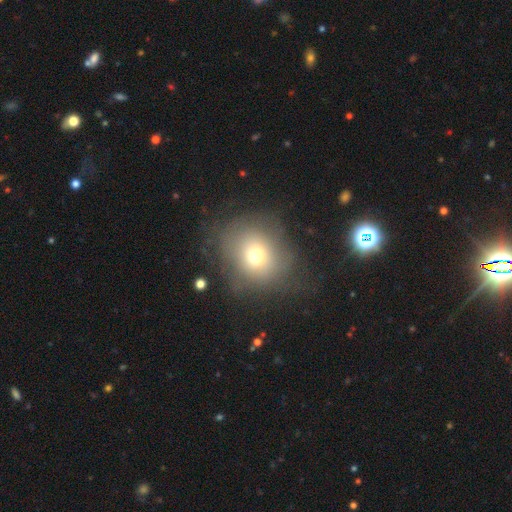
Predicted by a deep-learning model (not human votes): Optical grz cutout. It shows a smooth galaxy with no disk features (68%) that is round (74%). Merging: none (66%).